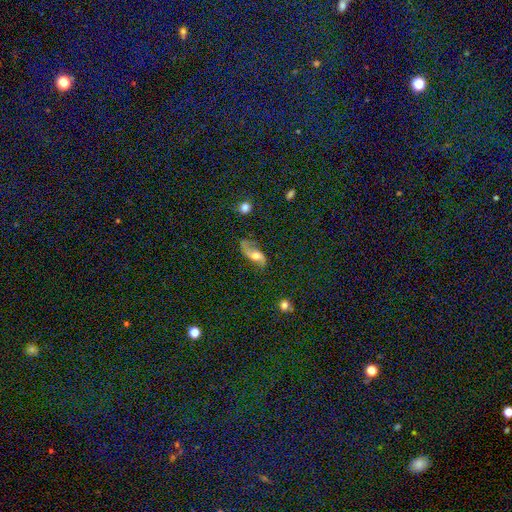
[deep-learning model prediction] This is likely a featured or disk galaxy (64%). It is clearly not viewed edge-on (90%). Bar: possibly no (56%). Spiral arm pattern: clearly yes (88%). Spiral arm count: clearly 2 (85%). Spiral winding: likely loose (76%). Central bulge: possibly moderate (57%). Merging: possibly none (53%).